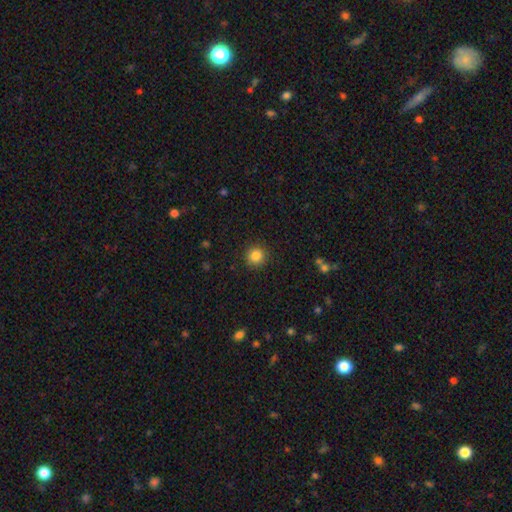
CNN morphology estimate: A smooth galaxy with no disk features (84%) that is round (94%).

Vote fractions:
- Smooth or featured? smooth: 84% / star or artifact: 11% / featured or disk: 5%
- How rounded? round: 94% / in between: 6% / cigar-shaped: 1%
- Merging? none: 91% / minor disturbance: 6% / major disturbance: 2% / merger: 1%